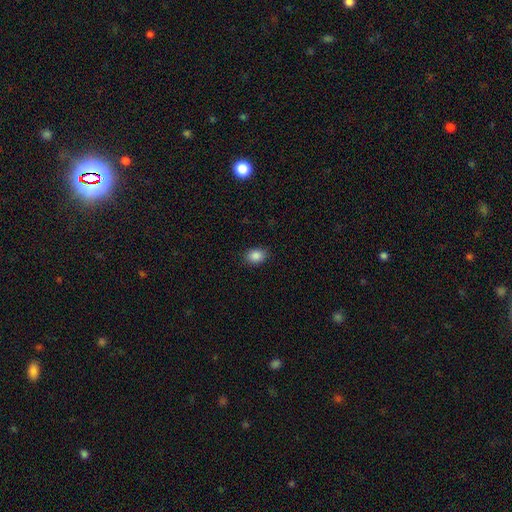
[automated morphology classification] A smooth galaxy with no disk features (87%) that is in between round and cigar-shaped (62%). Merging: none (87%).